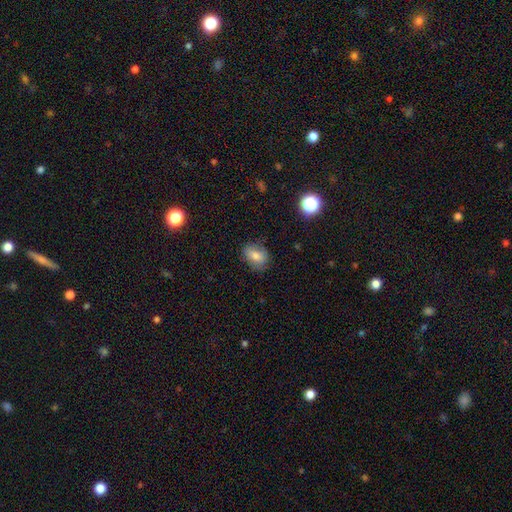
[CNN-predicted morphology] smooth_or_featured: smooth (p=0.77) [alt: featured or disk p=0.13]
how_rounded: in between (p=0.69) [alt: round p=0.29]
merging: none (p=0.76) [alt: minor disturbance p=0.18]